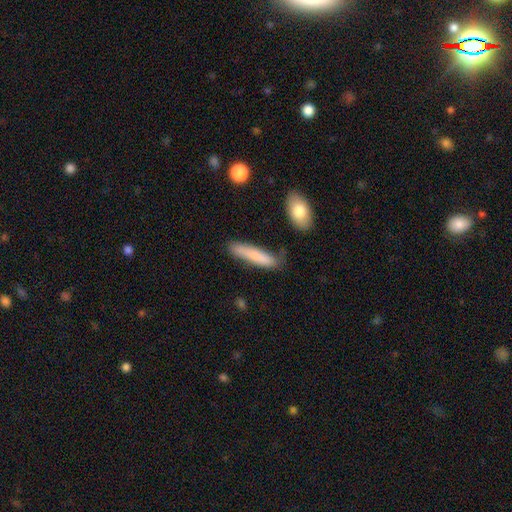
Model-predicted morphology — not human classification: smooth_or_featured: smooth (p=0.79) [alt: featured or disk p=0.15]
how_rounded: cigar-shaped (p=0.86) [alt: in between p=0.12]
merging: none (p=0.74) [alt: minor disturbance p=0.18]